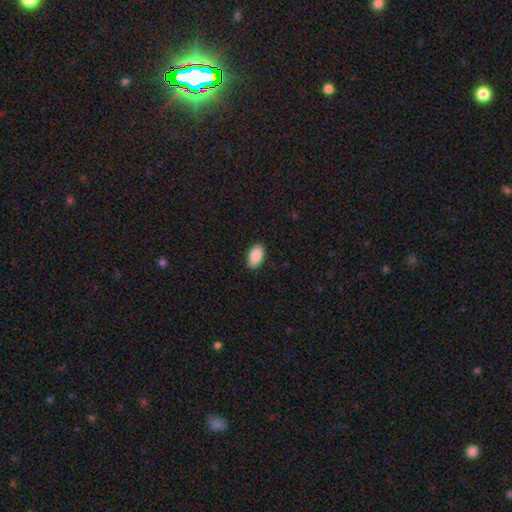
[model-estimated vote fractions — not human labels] A smooth galaxy with no disk features (90%) that is in between round and cigar-shaped (95%). Merging: none (89%).